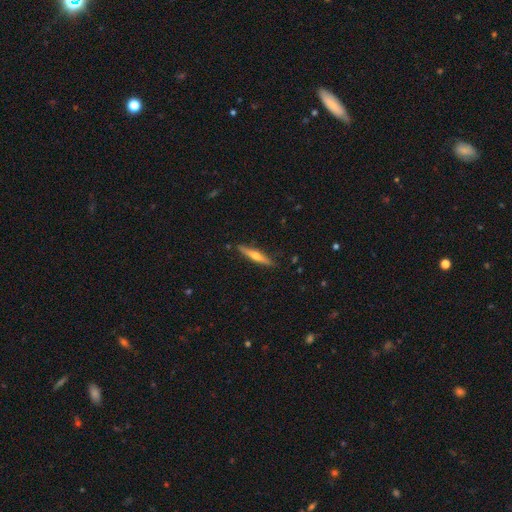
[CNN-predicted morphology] featured or disk 61%, smooth 33%, star or artifact 6%. Down the decision tree: edge-on disk — yes (97%); edge-on bulge — rounded (89%); merging — none (89%).